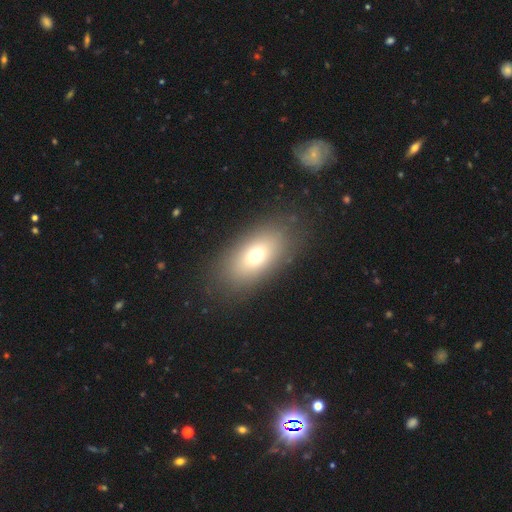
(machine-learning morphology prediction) The model was most divided on "smooth or featured": smooth: 70%, featured or disk: 19%, star or artifact: 12%. More confident: how rounded — in between (86%); merging — none (85%).